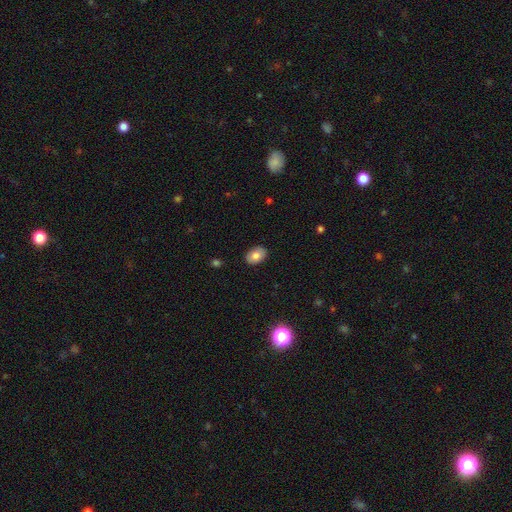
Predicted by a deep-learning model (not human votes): Overall: smooth (79%). How rounded: in between (81%). Merging: none (88%).